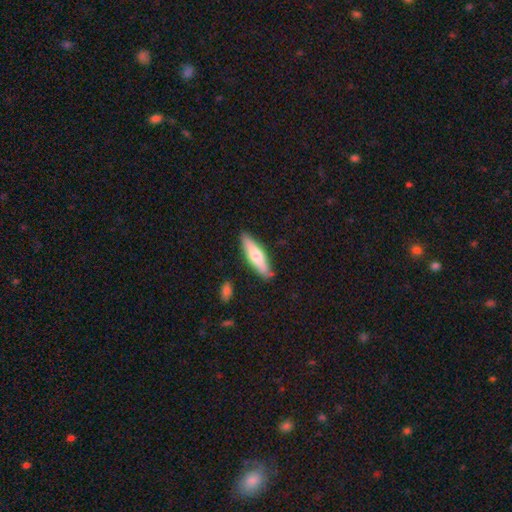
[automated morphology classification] type=smooth (59%); roundness=cigar-shaped (69%); merging=none (84%).